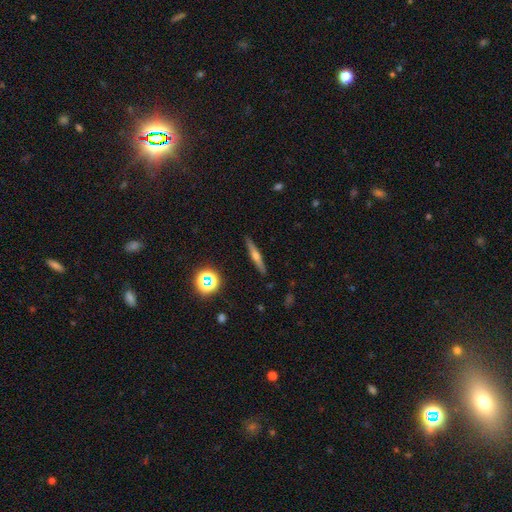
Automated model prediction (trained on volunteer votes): A featured or disk galaxy (53%) viewed edge-on (95%) with a rounded central bulge (82%). Merging: none (90%).